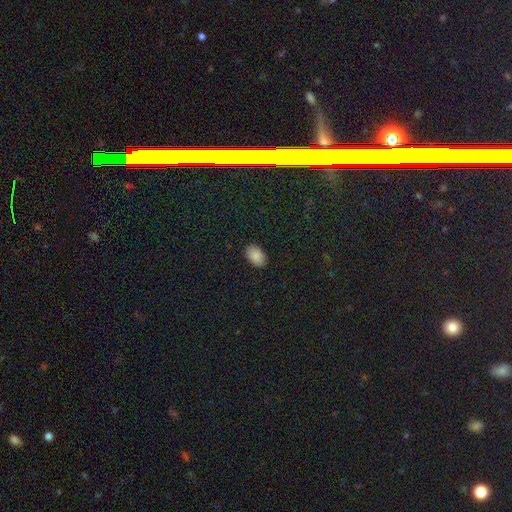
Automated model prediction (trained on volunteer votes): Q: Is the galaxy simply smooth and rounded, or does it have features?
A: smooth — 88%.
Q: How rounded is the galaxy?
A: in between — 90%.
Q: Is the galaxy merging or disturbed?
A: none — 89%.